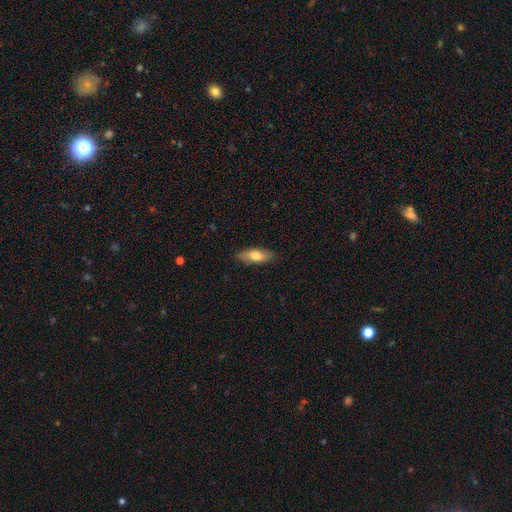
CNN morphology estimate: Q: Smooth or featured?
A: smooth (72%); runner-up: featured or disk (22%)
Q: How rounded?
A: in between (66%); runner-up: cigar-shaped (31%)
Q: Merging?
A: none (85%); runner-up: minor disturbance (12%)